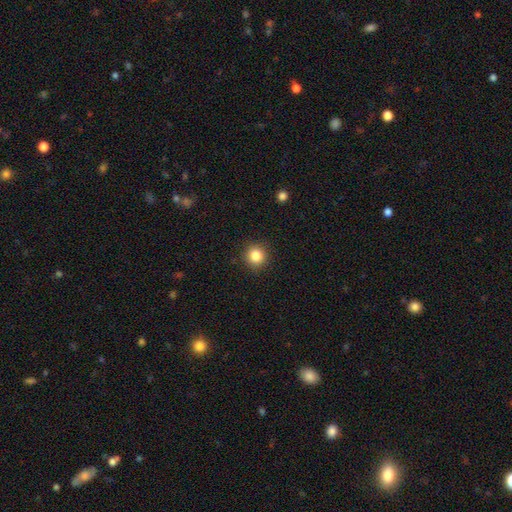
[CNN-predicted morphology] Overall: smooth (85%). How rounded: round (92%). Merging: none (91%).